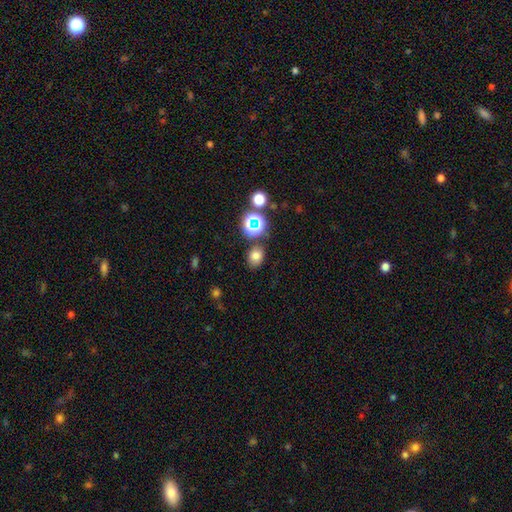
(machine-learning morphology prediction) A smooth galaxy with no disk features (72%) that is in between round and cigar-shaped (54%).

Vote fractions:
- Smooth or featured? smooth: 72% / star or artifact: 20% / featured or disk: 8%
- How rounded? in between: 54% / round: 45% / cigar-shaped: 1%
- Merging? none: 78% / minor disturbance: 12% / merger: 6% / major disturbance: 4%